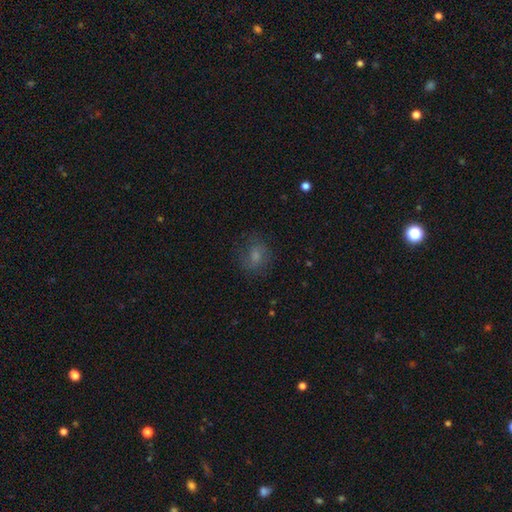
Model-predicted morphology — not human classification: This is likely a smooth galaxy (65%). How rounded: likely round (63%). Merging: likely none (70%).